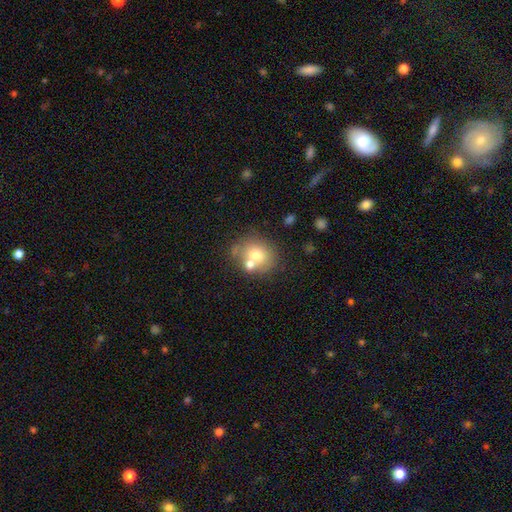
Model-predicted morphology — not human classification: smooth_or_featured: smooth (p=0.67) [alt: featured or disk p=0.22]
how_rounded: round (p=0.69) [alt: in between p=0.30]
merging: none (p=0.50) [alt: merger p=0.33]